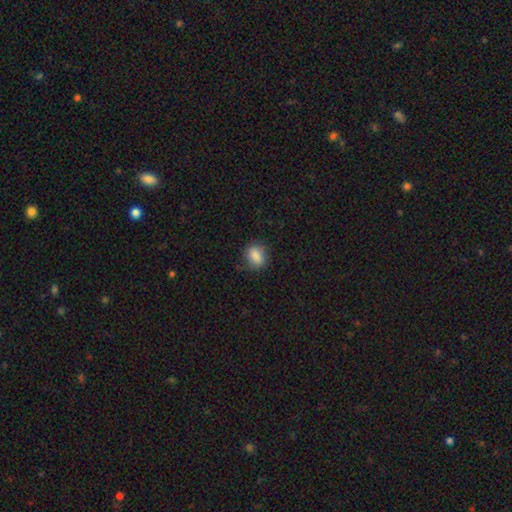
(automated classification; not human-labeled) The model was most divided on "how rounded": in between: 61%, round: 37%, cigar-shaped: 2%. More confident: smooth or featured — smooth (85%); merging — none (76%).